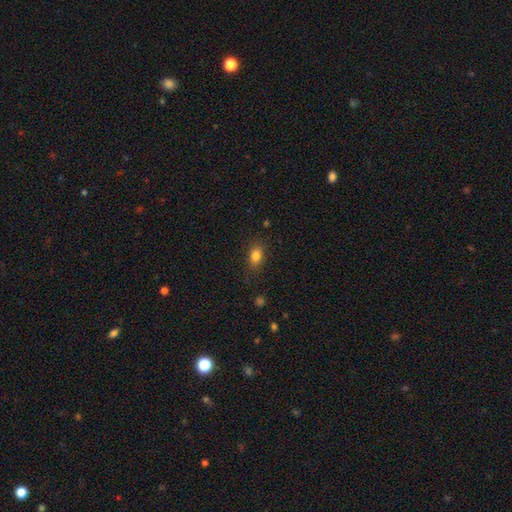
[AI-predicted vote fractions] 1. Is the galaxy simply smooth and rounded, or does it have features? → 84% smooth, 10% star or artifact, 6% featured or disk.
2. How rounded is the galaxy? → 81% in between, 16% round, 3% cigar-shaped.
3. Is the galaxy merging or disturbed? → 81% none, 14% minor disturbance, 4% major disturbance, 1% merger.